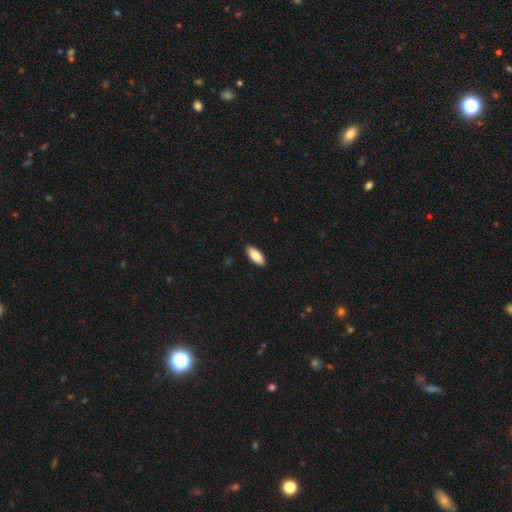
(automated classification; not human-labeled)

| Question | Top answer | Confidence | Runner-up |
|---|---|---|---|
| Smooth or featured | smooth | 83% | featured or disk (12%) |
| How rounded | in between | 78% | cigar-shaped (21%) |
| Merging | none | 91% | minor disturbance (7%) |